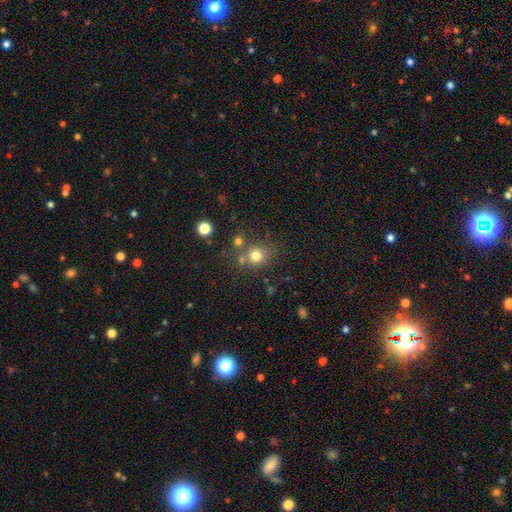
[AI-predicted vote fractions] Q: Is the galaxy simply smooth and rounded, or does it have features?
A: smooth — 76%.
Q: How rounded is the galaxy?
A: round — 86%.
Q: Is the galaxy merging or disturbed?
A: none — 67%.